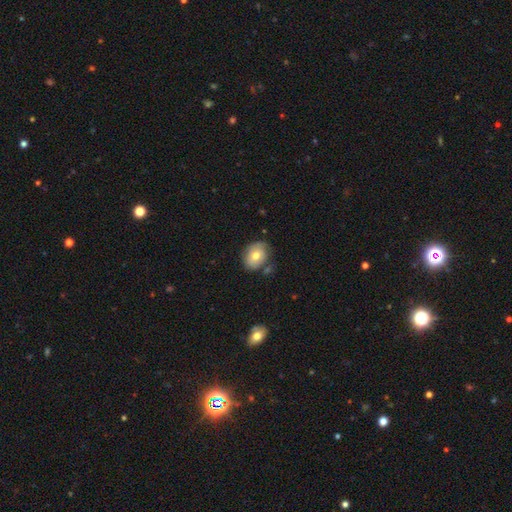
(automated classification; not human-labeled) Overall: smooth (60%; featured or disk 32%). How rounded: in between (57%; round 42%). Merging: none (64%; minor disturbance 24%).